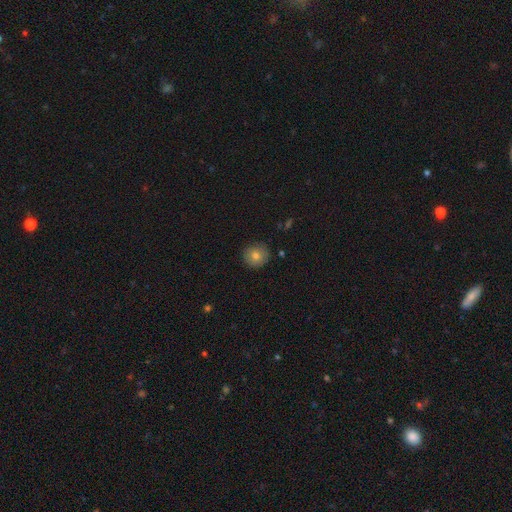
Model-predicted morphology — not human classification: type=smooth (79%); roundness=round (92%); merging=none (88%).